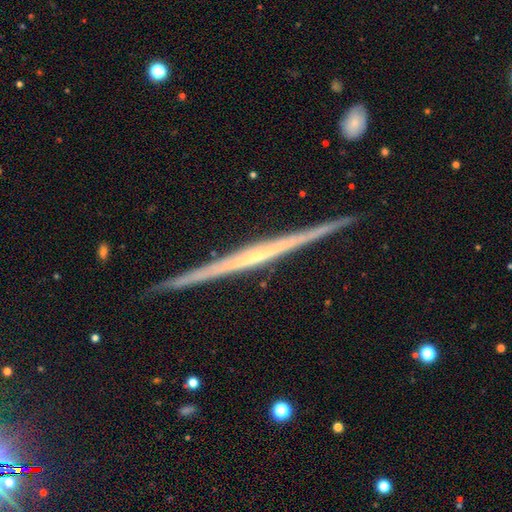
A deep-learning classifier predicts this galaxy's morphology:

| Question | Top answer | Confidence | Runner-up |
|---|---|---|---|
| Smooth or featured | featured or disk | 82% | smooth (12%) |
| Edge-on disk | yes | 98% | no (2%) |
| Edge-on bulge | none | 68% | rounded (25%) |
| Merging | none | 91% | minor disturbance (7%) |